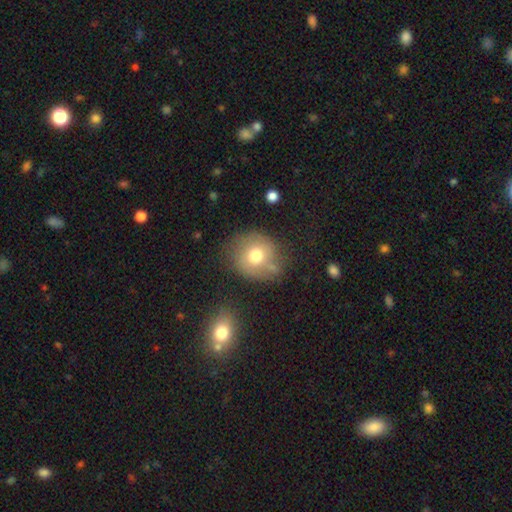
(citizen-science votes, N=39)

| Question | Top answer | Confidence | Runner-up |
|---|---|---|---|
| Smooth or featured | smooth | 64% | featured or disk (26%) |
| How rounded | round | 84% | in between (16%) |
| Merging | none | 66% | minor disturbance (29%) |